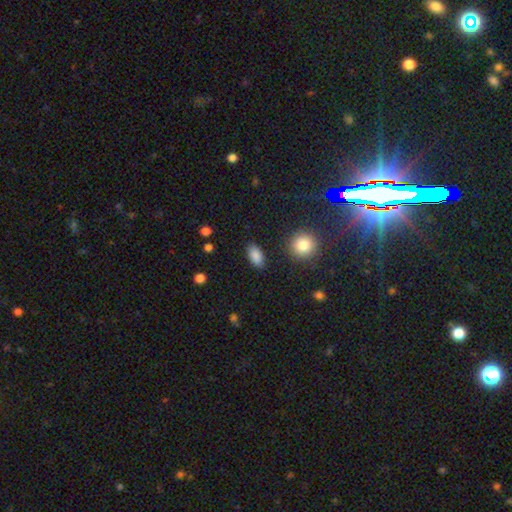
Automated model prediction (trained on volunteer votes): A smooth galaxy with no disk features (87%) that is in between round and cigar-shaped (91%). Merging: none (88%).